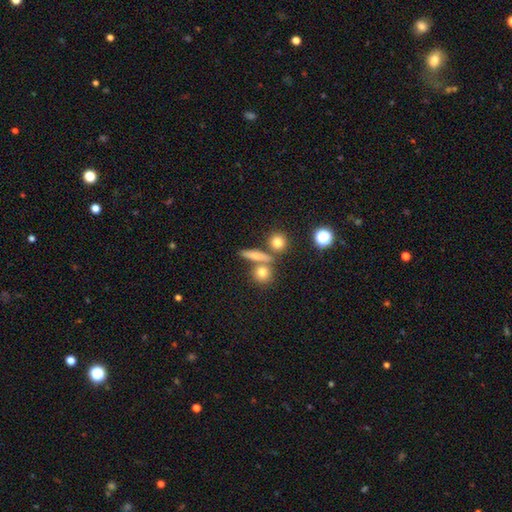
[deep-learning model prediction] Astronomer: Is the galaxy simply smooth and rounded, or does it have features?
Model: smooth — 70%.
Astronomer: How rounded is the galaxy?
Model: round — 41% (runner-up: cigar-shaped, 33%).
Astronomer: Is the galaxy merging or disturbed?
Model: none — 66%.